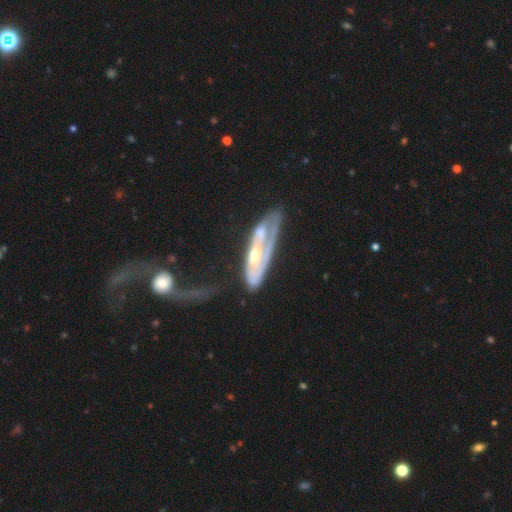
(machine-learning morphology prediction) smooth-or-featured: featured or disk: 73% | smooth: 21% | star or artifact: 6%
  disk-edge-on: no: 76% | yes: 24%
    bar: no: 62% | weak: 25% | strong: 13%
    has-spiral-arms: yes: 62% | no: 38%
    bulge-size: moderate: 53% | small: 26% | large: 12% | none: 7% | dominant: 2%
  merging: major disturbance: 39% | merger: 23% | none: 22% | minor disturbance: 17%